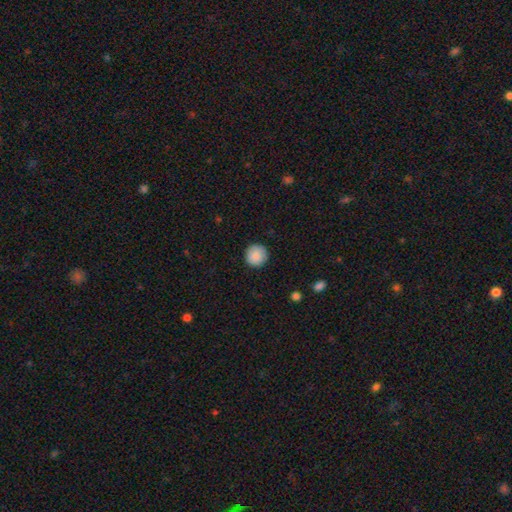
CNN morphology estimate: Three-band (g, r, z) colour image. It shows a smooth galaxy with no disk features (88%) that is round (95%). Merging: none (91%).